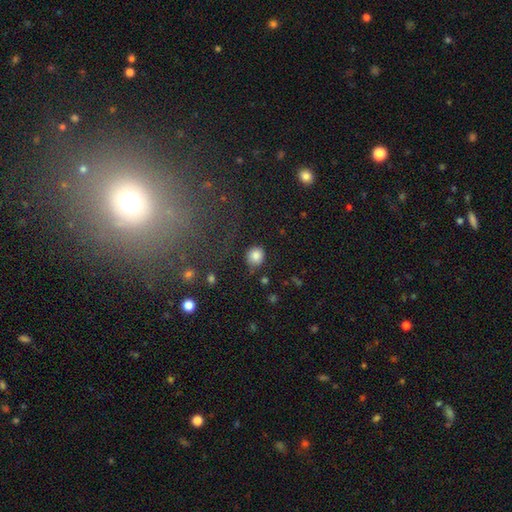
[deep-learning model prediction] This is clearly a smooth galaxy (85%). How rounded: clearly round (85%). Merging: likely none (75%).